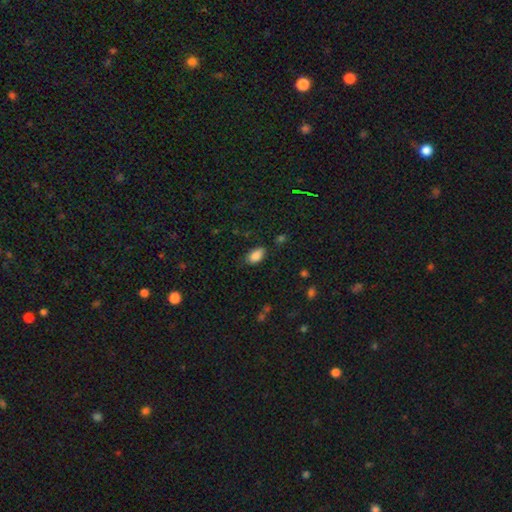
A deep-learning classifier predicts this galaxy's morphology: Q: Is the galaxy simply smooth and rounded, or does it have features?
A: smooth — 86%.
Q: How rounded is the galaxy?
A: in between — 92%.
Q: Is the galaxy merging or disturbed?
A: none — 76%.